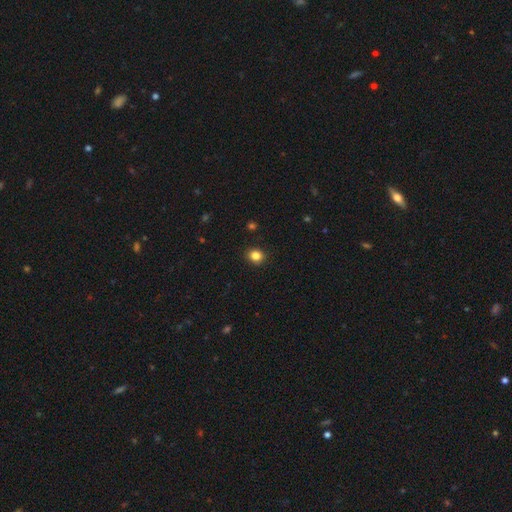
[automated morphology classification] Smooth or featured? smooth (84%)
How rounded? round (75%)
Merging? none (91%)